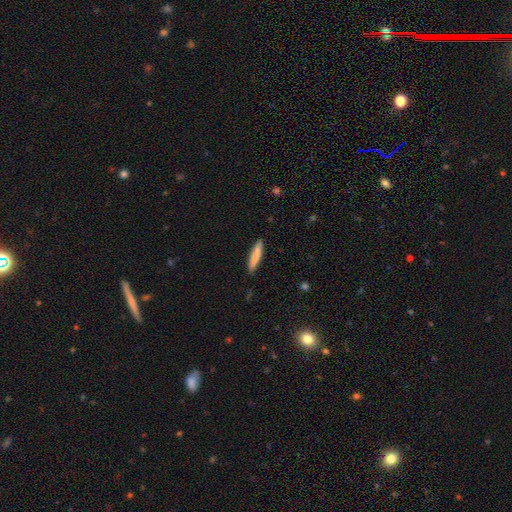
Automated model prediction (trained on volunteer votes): The model was most divided on "smooth or featured": smooth: 81%, featured or disk: 14%, star or artifact: 6%. More confident: merging — none (89%); how rounded — cigar-shaped (89%).